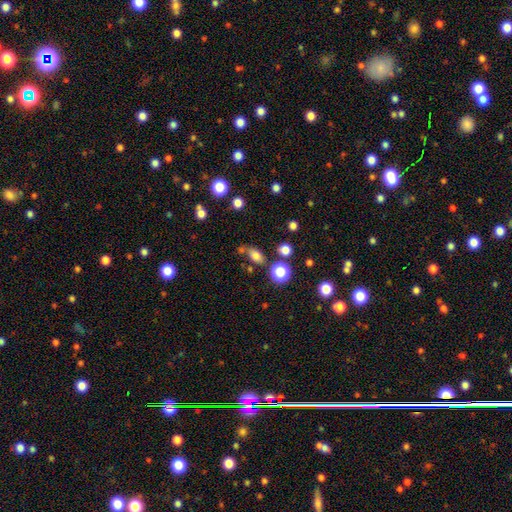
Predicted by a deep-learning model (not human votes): Q: Smooth or featured?
A: smooth (78%); runner-up: star or artifact (15%)
Q: How rounded?
A: in between (78%); runner-up: round (19%)
Q: Merging?
A: none (62%); runner-up: minor disturbance (18%)